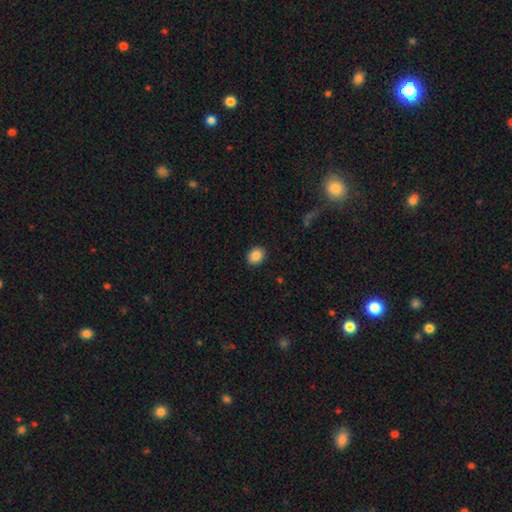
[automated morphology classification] type=smooth (88%); roundness=in between (54%); merging=none (90%).